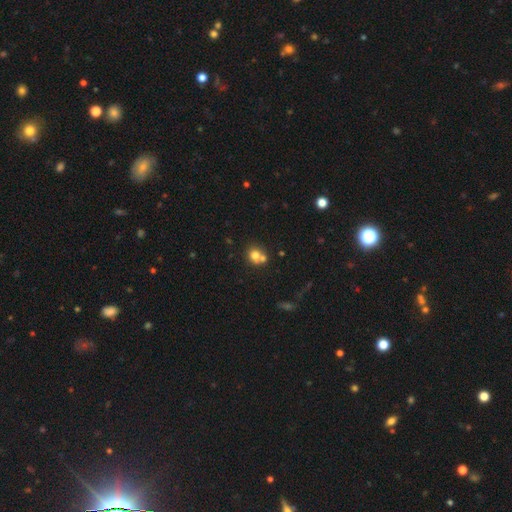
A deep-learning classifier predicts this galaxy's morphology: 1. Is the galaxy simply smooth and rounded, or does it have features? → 72% smooth, 16% featured or disk, 12% star or artifact.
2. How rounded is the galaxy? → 76% round, 24% in between, 1% cigar-shaped.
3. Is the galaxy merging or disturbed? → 44% merger, 43% none, 9% minor disturbance, 4% major disturbance.